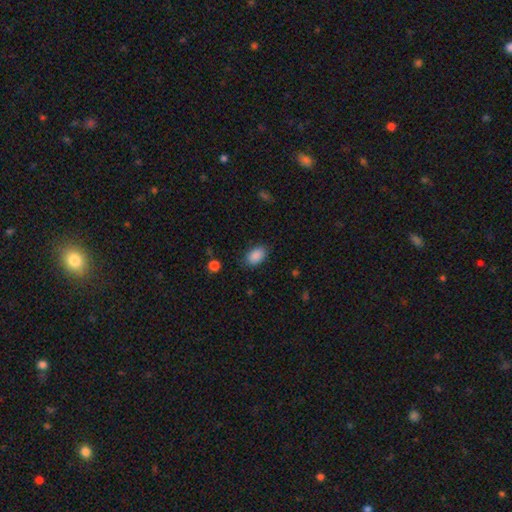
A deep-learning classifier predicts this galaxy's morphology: Smooth or featured?
  - smooth: 89% *
  - star or artifact: 8%
  - featured or disk: 4%
How rounded?
  - in between: 88% *
  - round: 11%
  - cigar-shaped: 1%
Merging?
  - none: 84% *
  - minor disturbance: 11%
  - major disturbance: 3%
  - merger: 1%